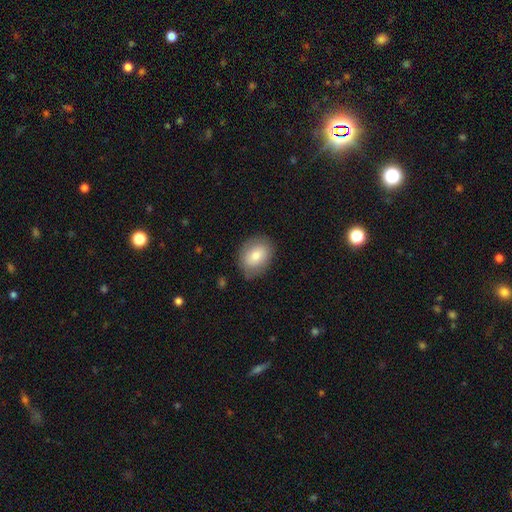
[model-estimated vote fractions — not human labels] This is likely a smooth galaxy (76%). How rounded: likely in between (63%). Merging: likely none (79%).